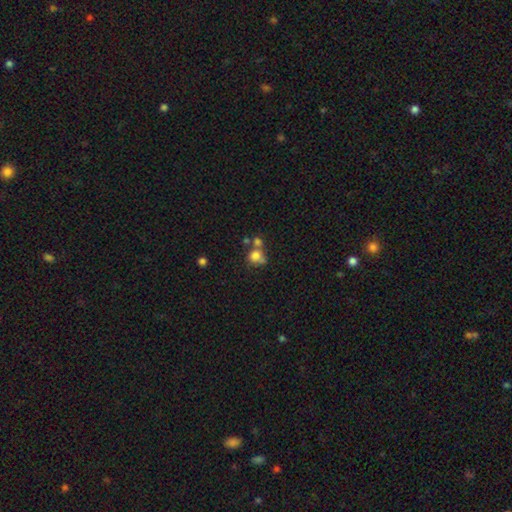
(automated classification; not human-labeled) A smooth galaxy with no disk features (76%) that is round (75%). Merging: merger (41%).